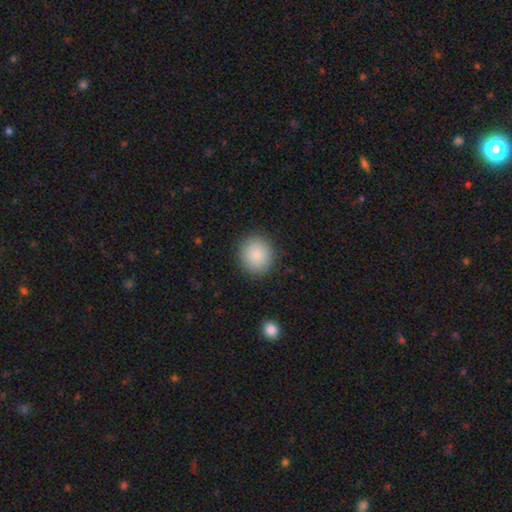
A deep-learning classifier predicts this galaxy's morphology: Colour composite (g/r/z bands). It shows a smooth galaxy with no disk features (88%) that is round (87%). Merging: none (90%).